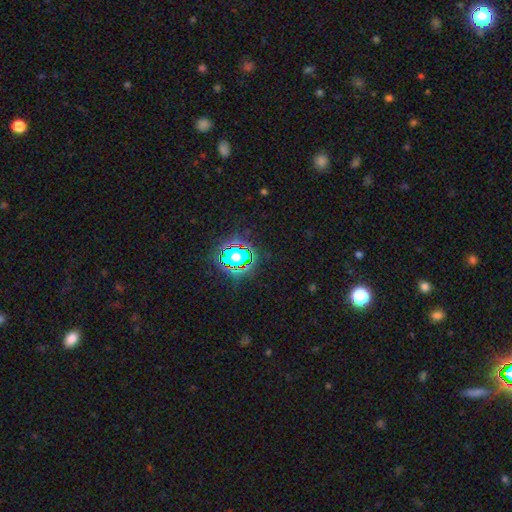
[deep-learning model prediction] Overall: star or artifact (77%).